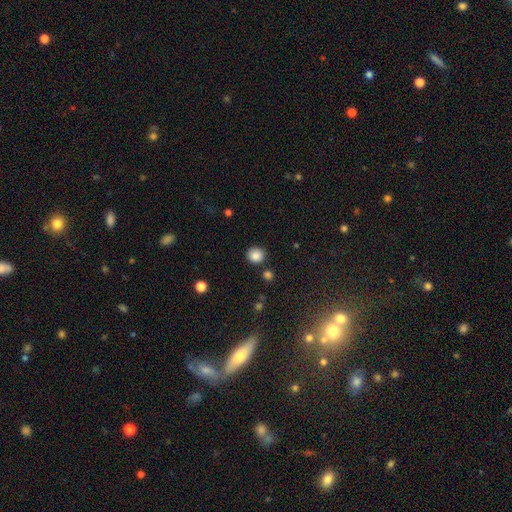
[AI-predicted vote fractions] Smooth or featured? Predicted: smooth (p=0.85). How rounded? Predicted: round (p=0.88). Merging? Predicted: none (p=0.85).